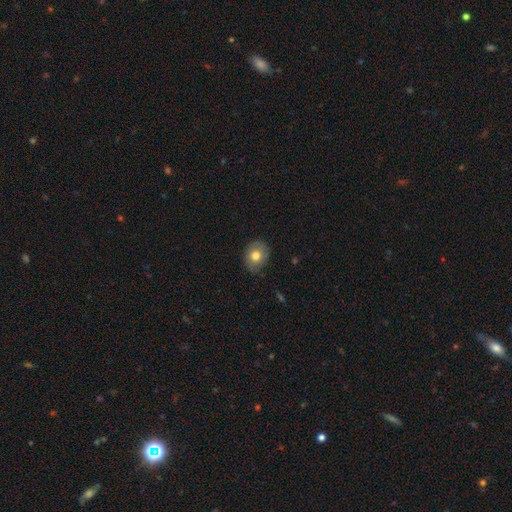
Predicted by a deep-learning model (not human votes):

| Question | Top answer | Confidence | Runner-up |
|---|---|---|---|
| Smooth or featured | smooth | 76% | featured or disk (16%) |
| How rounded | in between | 51% | round (48%) |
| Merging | none | 82% | minor disturbance (14%) |